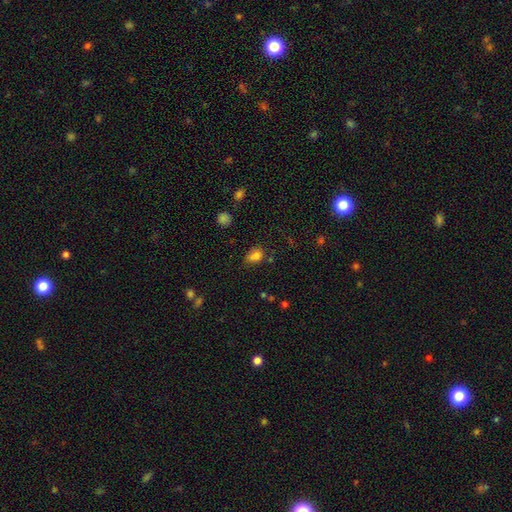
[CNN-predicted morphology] Smooth or featured: smooth — 77% (star or artifact — 15%)
How rounded: in between — 68% (round — 30%)
Merging: none — 55% (minor disturbance — 27%)